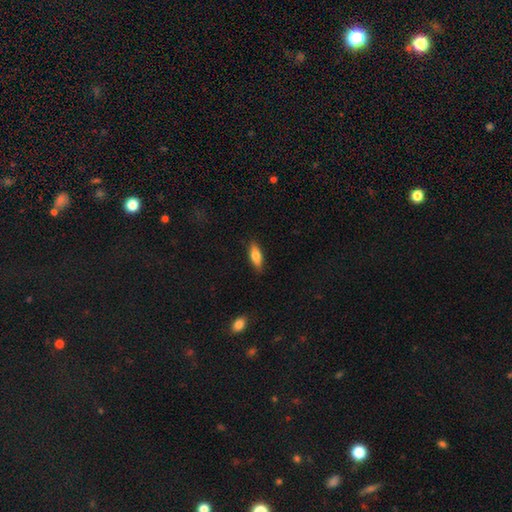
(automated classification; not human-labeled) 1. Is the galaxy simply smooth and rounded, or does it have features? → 76% smooth, 18% featured or disk, 6% star or artifact.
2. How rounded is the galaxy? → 63% in between, 35% cigar-shaped, 2% round.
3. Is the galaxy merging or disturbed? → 86% none, 11% minor disturbance, 2% major disturbance, 1% merger.